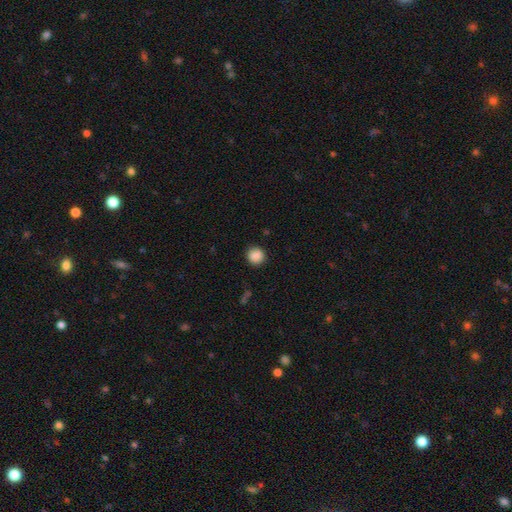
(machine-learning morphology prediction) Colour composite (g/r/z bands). It shows a smooth galaxy with no disk features (88%) that is round (92%). Merging: none (90%).